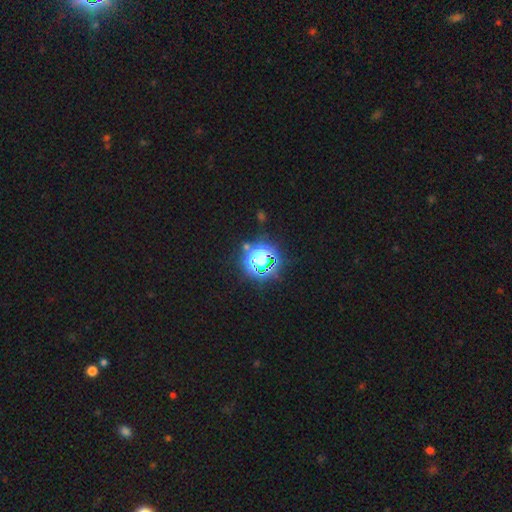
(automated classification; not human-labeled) Smooth or featured?
  - star or artifact: 76% *
  - smooth: 17%
  - featured or disk: 7%